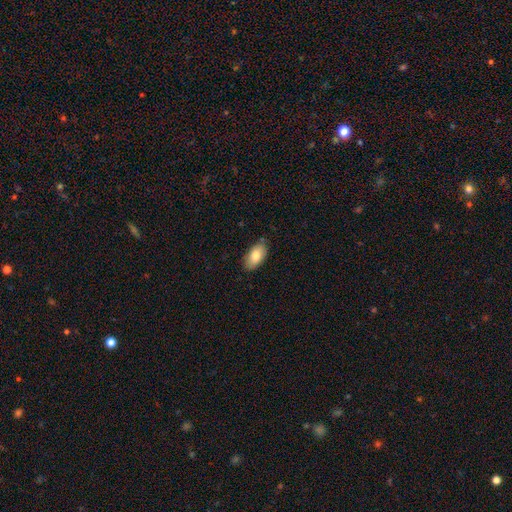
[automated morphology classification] Smooth or featured? smooth (80%)
How rounded? in between (93%)
Merging? none (81%)